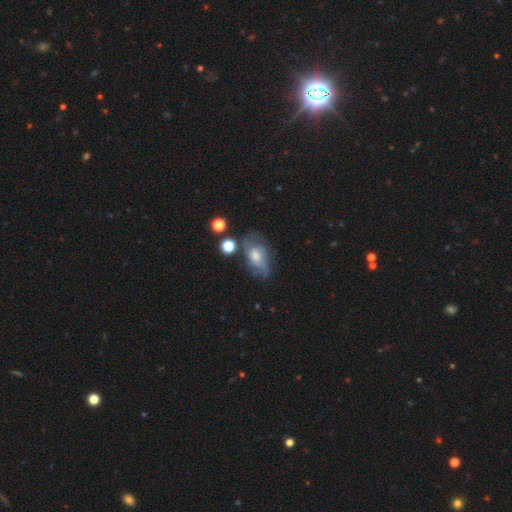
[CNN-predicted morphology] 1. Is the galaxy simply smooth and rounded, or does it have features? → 57% featured or disk, 30% smooth, 13% star or artifact.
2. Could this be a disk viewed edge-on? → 93% no, 7% yes.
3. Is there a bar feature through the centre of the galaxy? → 70% no, 26% weak, 4% strong.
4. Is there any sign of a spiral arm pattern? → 78% yes, 22% no.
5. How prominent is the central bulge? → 54% moderate, 27% small, 12% large, 5% none, 2% dominant.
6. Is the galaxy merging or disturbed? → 54% none, 24% minor disturbance, 16% major disturbance, 6% merger.